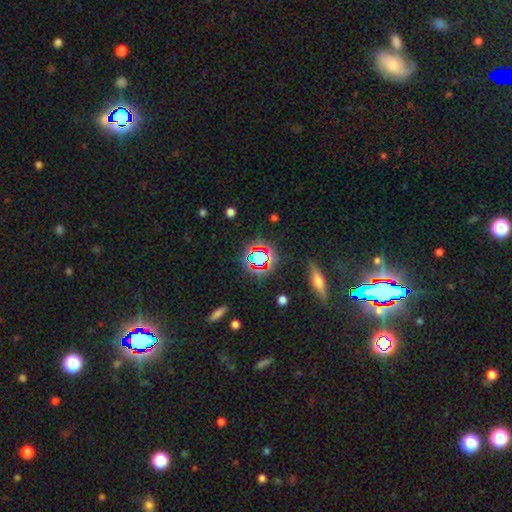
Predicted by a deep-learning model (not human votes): Q: Smooth or featured?
A: star or artifact (67%); runner-up: smooth (22%)